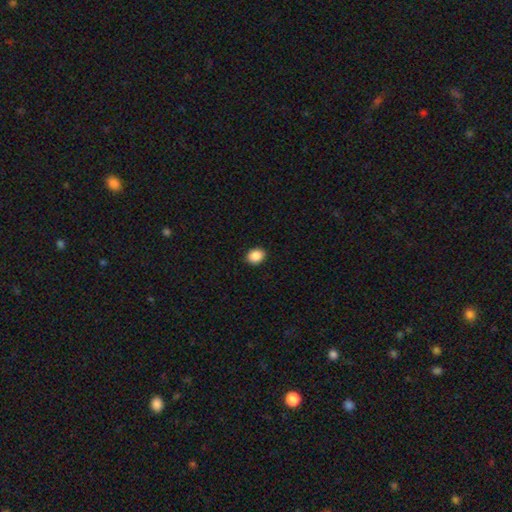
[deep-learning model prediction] smooth 89%, star or artifact 9%, featured or disk 3%. Down the decision tree: how rounded — round (57%); merging — none (92%).